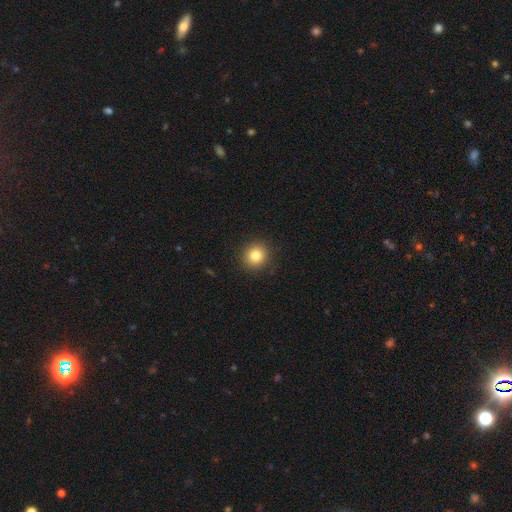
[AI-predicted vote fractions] A smooth galaxy with no disk features (82%) that is round (91%).

Vote fractions:
- Smooth or featured? smooth: 82% / star or artifact: 11% / featured or disk: 7%
- How rounded? round: 91% / in between: 8% / cigar-shaped: 1%
- Merging? none: 91% / minor disturbance: 6% / major disturbance: 2% / merger: 1%